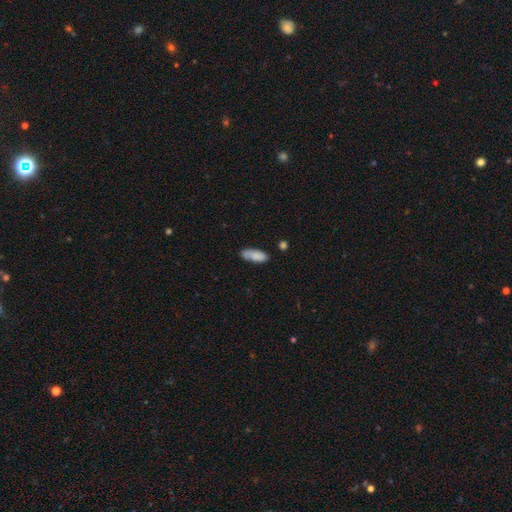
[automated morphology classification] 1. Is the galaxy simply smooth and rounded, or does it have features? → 83% smooth, 10% featured or disk, 7% star or artifact.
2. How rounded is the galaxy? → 76% in between, 23% cigar-shaped, 2% round.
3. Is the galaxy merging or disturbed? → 70% none, 21% minor disturbance, 5% merger, 4% major disturbance.